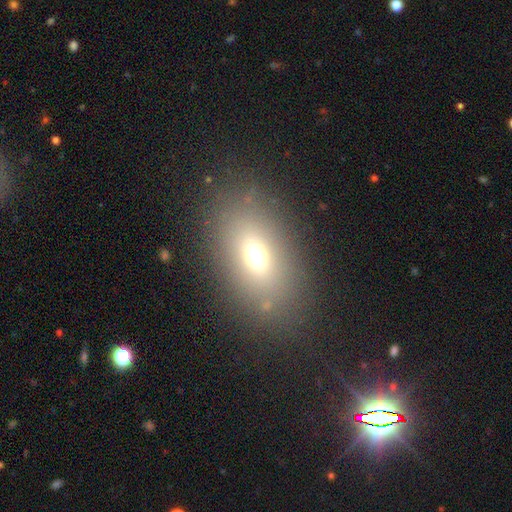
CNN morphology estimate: smooth 65%, star or artifact 18%, featured or disk 16%. Down the decision tree: how rounded — in between (80%); merging — none (80%).